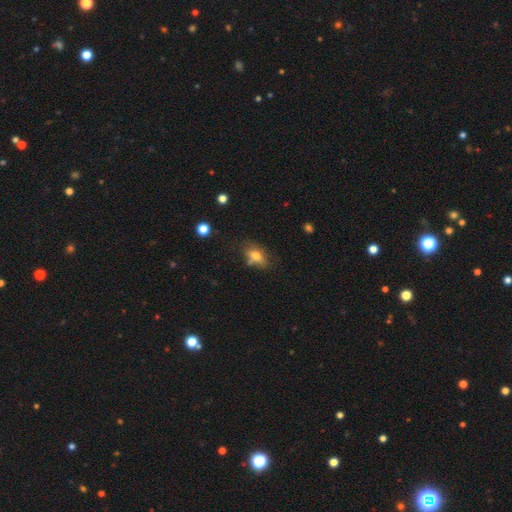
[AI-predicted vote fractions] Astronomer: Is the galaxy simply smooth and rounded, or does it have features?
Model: smooth — 68%.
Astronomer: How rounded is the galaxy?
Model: in between — 81%.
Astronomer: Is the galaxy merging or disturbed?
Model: none — 60%.